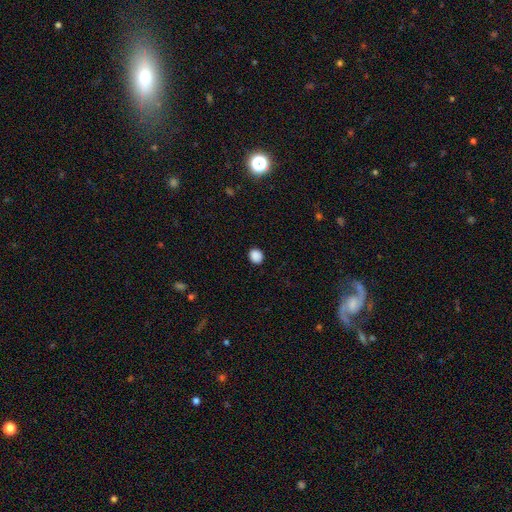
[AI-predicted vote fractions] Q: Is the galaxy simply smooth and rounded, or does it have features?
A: smooth — 89%.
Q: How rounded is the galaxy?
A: round — 76%.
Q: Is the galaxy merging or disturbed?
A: none — 91%.